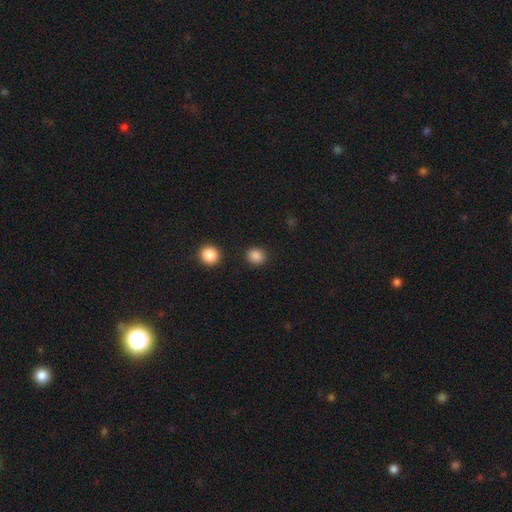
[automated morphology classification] Smooth or featured? smooth (87%)
How rounded? round (74%)
Merging? none (88%)